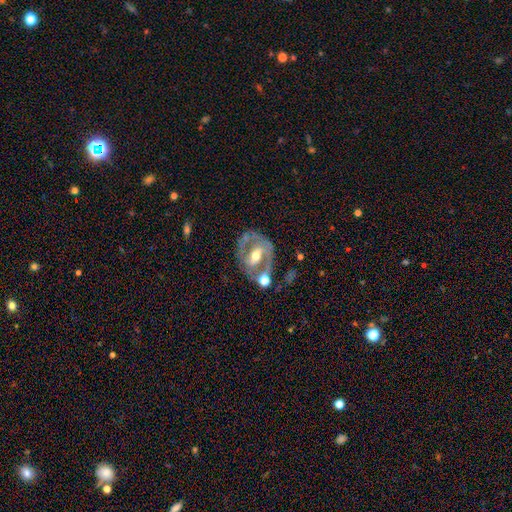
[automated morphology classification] smooth_or_featured: featured or disk (p=0.80) [alt: smooth p=0.13]
disk_edge_on: no (p=0.95) [alt: yes p=0.05]
bar: strong (p=0.40) [alt: weak p=0.39]
has_spiral_arms: yes (p=0.78) [alt: no p=0.22]
spiral_winding: medium (p=0.45) [alt: tight p=0.39]
spiral_arm_count: 2 (p=0.73) [alt: can't tell p=0.13]
bulge_size: moderate (p=0.68) [alt: small p=0.24]
merging: none (p=0.58) [alt: minor disturbance p=0.20]